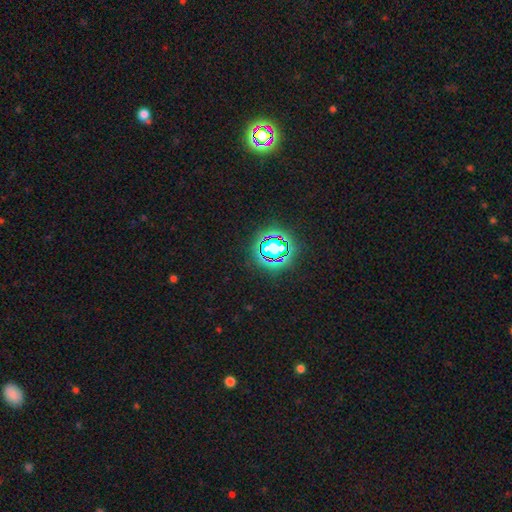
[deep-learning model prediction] This appears to be a star or artifact, not a galaxy (80%).